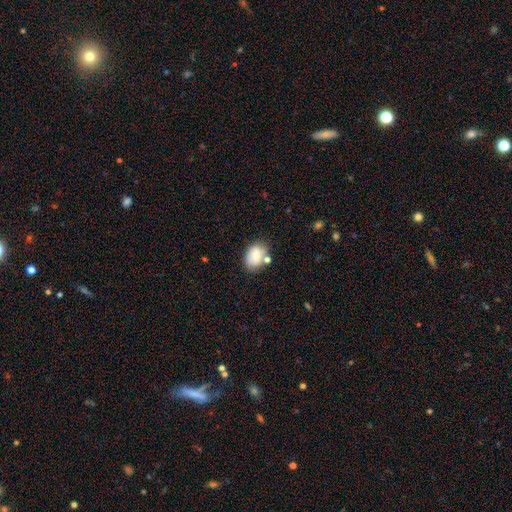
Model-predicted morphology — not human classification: smooth 74%, featured or disk 18%, star or artifact 9%. Down the decision tree: how rounded — in between (74%); merging — none (60%).